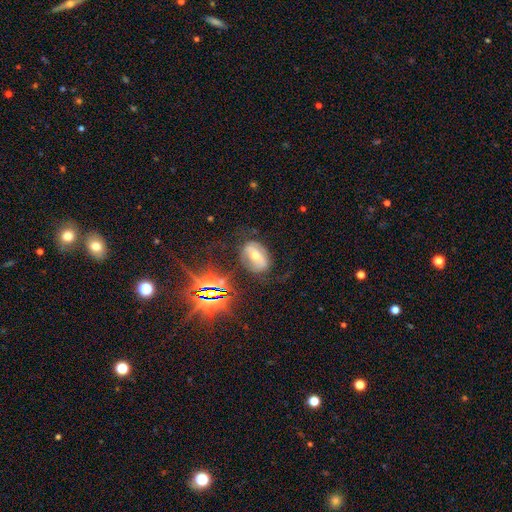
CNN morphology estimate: Smooth or featured?
  - featured or disk: 48% *
  - star or artifact: 29%
  - smooth: 23%
Merging?
  - none: 69% *
  - minor disturbance: 19%
  - major disturbance: 11%
  - merger: 2%